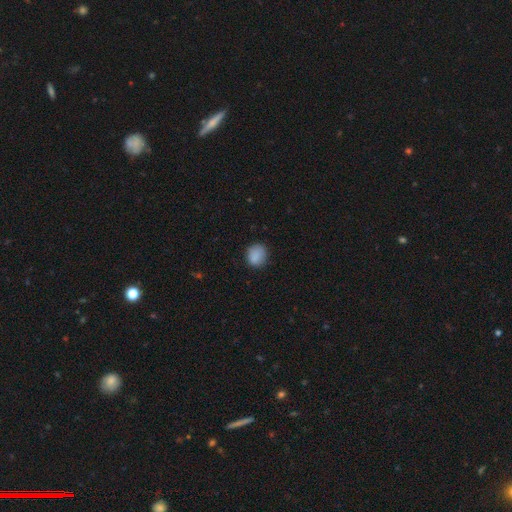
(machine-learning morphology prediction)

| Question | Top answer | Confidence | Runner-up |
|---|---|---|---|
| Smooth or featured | smooth | 87% | star or artifact (9%) |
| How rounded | round | 76% | in between (23%) |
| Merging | none | 80% | minor disturbance (16%) |